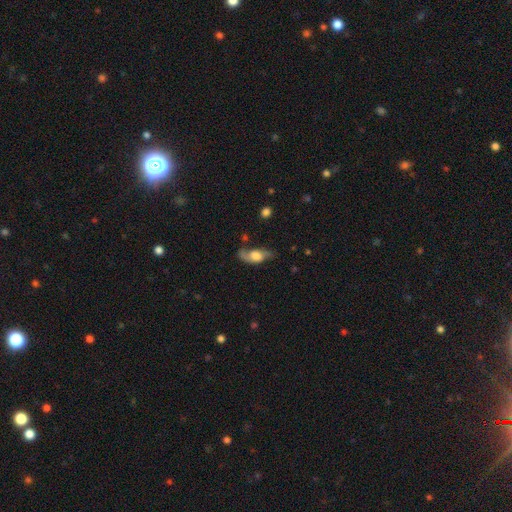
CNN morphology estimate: Q: Smooth or featured?
A: featured or disk (55%); runner-up: smooth (37%)
Q: Edge-on disk?
A: no (77%); runner-up: yes (23%)
Q: Merging?
A: none (56%); runner-up: minor disturbance (26%)